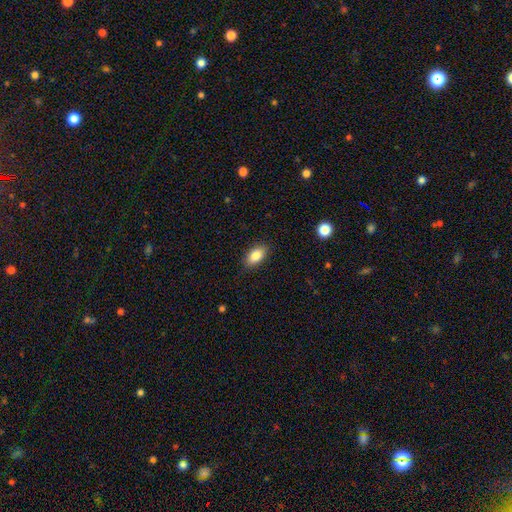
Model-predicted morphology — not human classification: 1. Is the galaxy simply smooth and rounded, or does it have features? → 85% smooth, 8% featured or disk, 7% star or artifact.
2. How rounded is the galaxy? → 91% in between, 6% round, 4% cigar-shaped.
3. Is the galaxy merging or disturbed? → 86% none, 11% minor disturbance, 2% major disturbance, 1% merger.